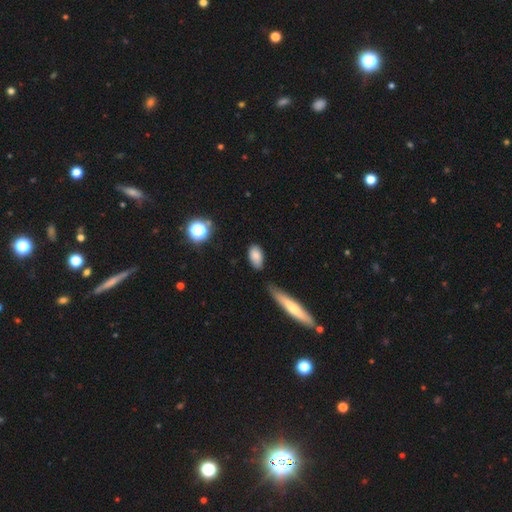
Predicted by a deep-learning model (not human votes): smooth 83%, star or artifact 8%, featured or disk 8%. Down the decision tree: how rounded — in between (89%); merging — none (74%).